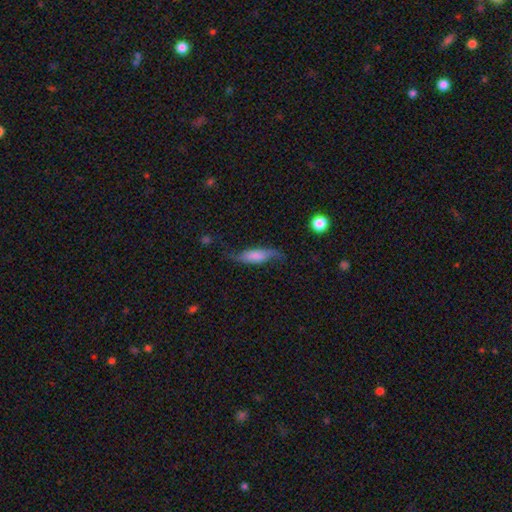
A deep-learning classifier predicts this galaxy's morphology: smooth-or-featured: smooth: 48% | featured or disk: 45% | star or artifact: 7%
  merging: none: 55% | minor disturbance: 27% | major disturbance: 15% | merger: 3%